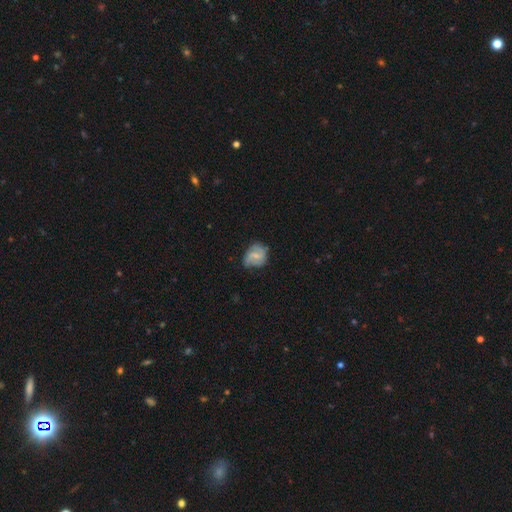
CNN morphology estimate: Smooth or featured? featured or disk (56%)
Edge-on disk? no (97%)
Bar? weak (51%)
Spiral arms? yes (84%)
Bulge size? small (55%)
Merging? none (57%)